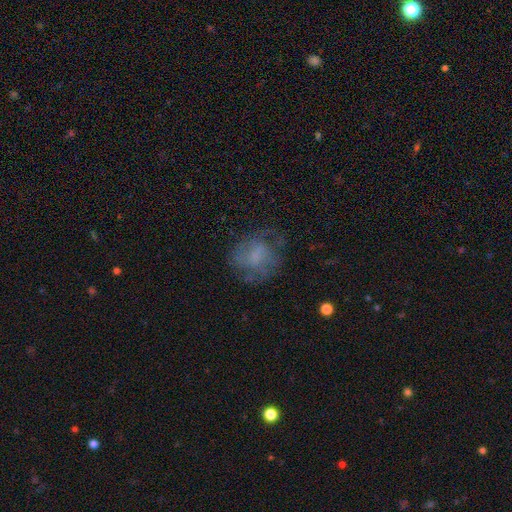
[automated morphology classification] A smooth galaxy with no disk features (44%). Merging: none (56%).